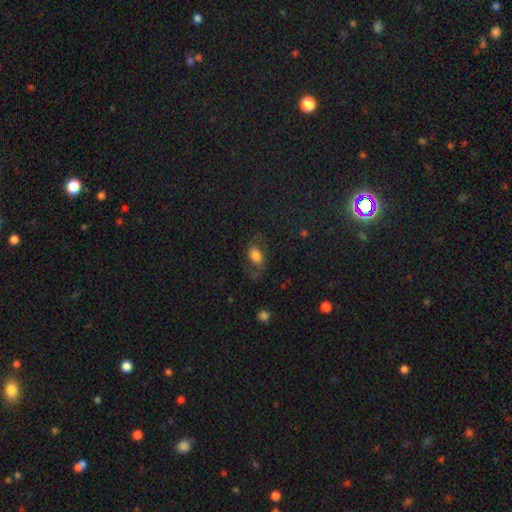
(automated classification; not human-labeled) smooth-or-featured: smooth: 62% | featured or disk: 26% | star or artifact: 12%
  how-rounded: in between: 86% | round: 12% | cigar-shaped: 2%
  merging: none: 61% | minor disturbance: 19% | major disturbance: 18% | merger: 2%